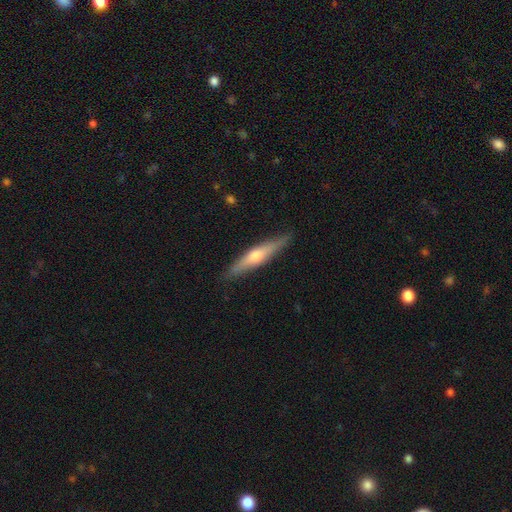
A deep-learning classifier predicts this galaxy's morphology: A featured or disk galaxy (58%) viewed edge-on (95%) with a rounded central bulge (84%).

Vote fractions:
- Smooth or featured? featured or disk: 58% / smooth: 36% / star or artifact: 6%
- Edge-on disk? yes: 95% / no: 5%
- Edge-on bulge? rounded: 84% / none: 10% / boxy: 6%
- Merging? none: 89% / minor disturbance: 9% / major disturbance: 2% / merger: 1%